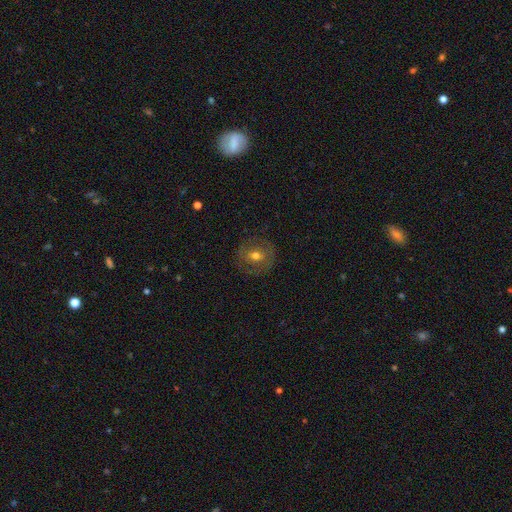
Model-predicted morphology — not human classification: This is possibly a smooth galaxy (50%). Merging: clearly none (82%).